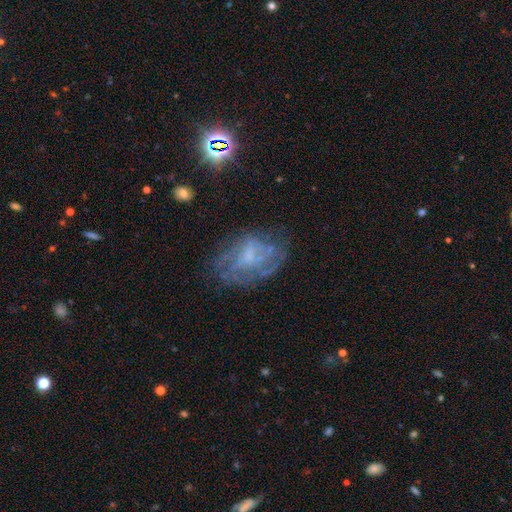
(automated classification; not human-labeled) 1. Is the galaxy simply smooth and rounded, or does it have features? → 56% featured or disk, 23% star or artifact, 21% smooth.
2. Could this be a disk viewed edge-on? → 95% no, 5% yes.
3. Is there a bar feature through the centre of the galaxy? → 52% no, 38% weak, 10% strong.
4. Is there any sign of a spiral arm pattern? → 68% yes, 32% no.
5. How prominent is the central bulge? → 49% small, 25% moderate, 23% none, 2% large, 1% dominant.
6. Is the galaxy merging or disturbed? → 65% none, 19% minor disturbance, 13% major disturbance, 2% merger.